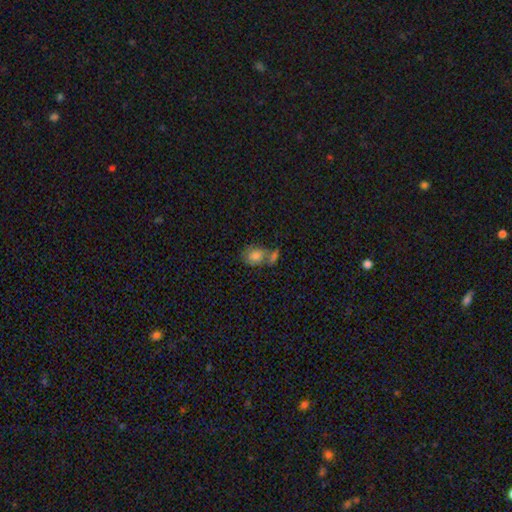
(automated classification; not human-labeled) A smooth galaxy with no disk features (80%) that is in between round and cigar-shaped (57%).

Vote fractions:
- Smooth or featured? smooth: 80% / featured or disk: 11% / star or artifact: 9%
- How rounded? in between: 57% / round: 41% / cigar-shaped: 2%
- Merging? merger: 40% / none: 39% / minor disturbance: 14% / major disturbance: 7%